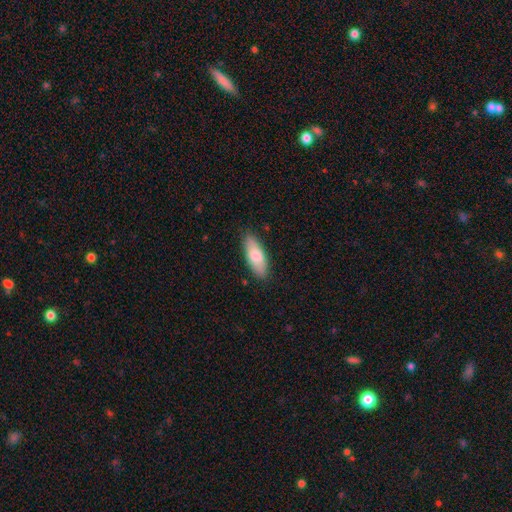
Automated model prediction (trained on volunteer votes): Smooth or featured?
  - smooth: 78% *
  - featured or disk: 16%
  - star or artifact: 5%
How rounded?
  - in between: 72% *
  - cigar-shaped: 26%
  - round: 2%
Merging?
  - none: 86% *
  - minor disturbance: 11%
  - major disturbance: 2%
  - merger: 1%